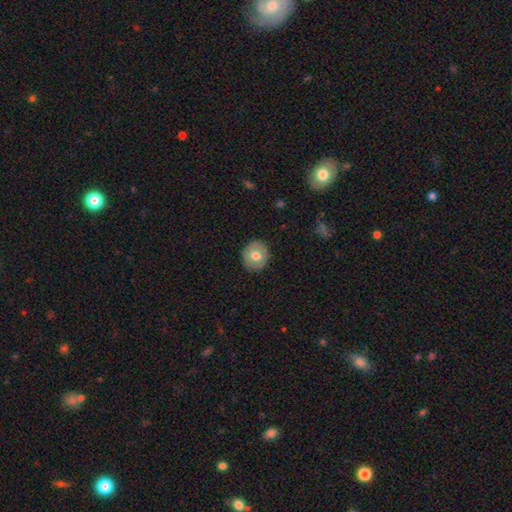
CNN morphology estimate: A smooth galaxy with no disk features (69%) that is round (88%).

Vote fractions:
- Smooth or featured? smooth: 69% / featured or disk: 24% / star or artifact: 7%
- How rounded? round: 88% / in between: 11% / cigar-shaped: 1%
- Merging? none: 89% / minor disturbance: 8% / major disturbance: 2% / merger: 1%